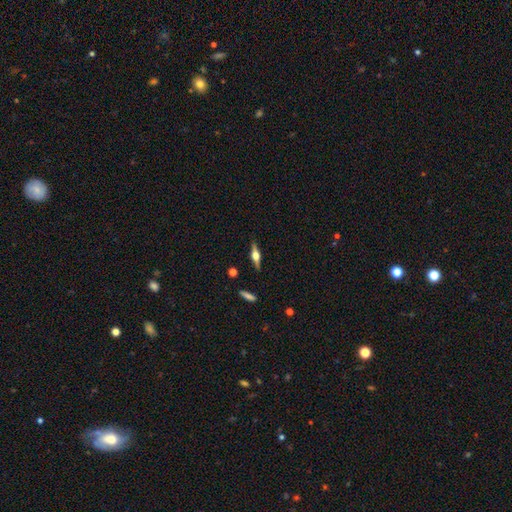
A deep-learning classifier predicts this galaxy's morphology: smooth-or-featured: featured or disk: 71% | smooth: 22% | star or artifact: 7%
  disk-edge-on: yes: 97% | no: 3%
    edge-on-bulge: rounded: 93% | boxy: 5% | none: 1%
  merging: none: 88% | minor disturbance: 9% | major disturbance: 2% | merger: 2%